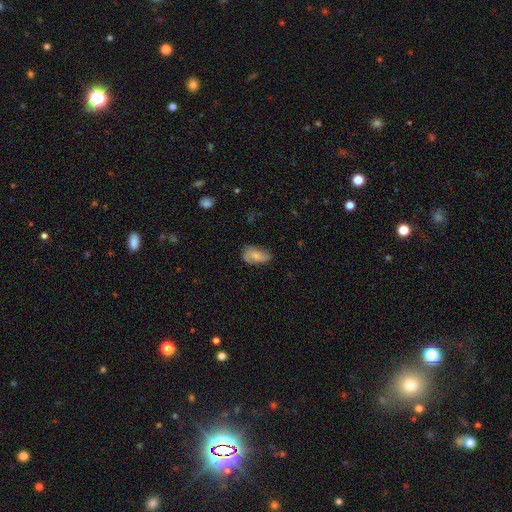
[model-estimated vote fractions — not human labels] Morphology: type=smooth (64%); roundness=in between (91%); merging=none (57%).